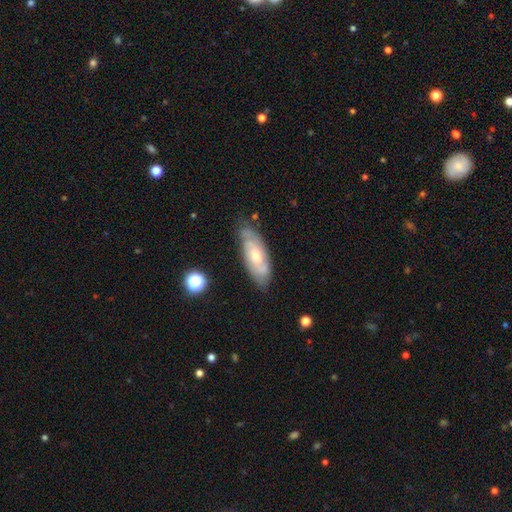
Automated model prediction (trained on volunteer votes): Overall: featured or disk (63%; smooth 30%). Edge-on disk: no (86%). Bar: no (62%; weak 32%). Spiral arms: yes (83%). Bulge size: moderate (54%; small 38%). Merging: none (71%).